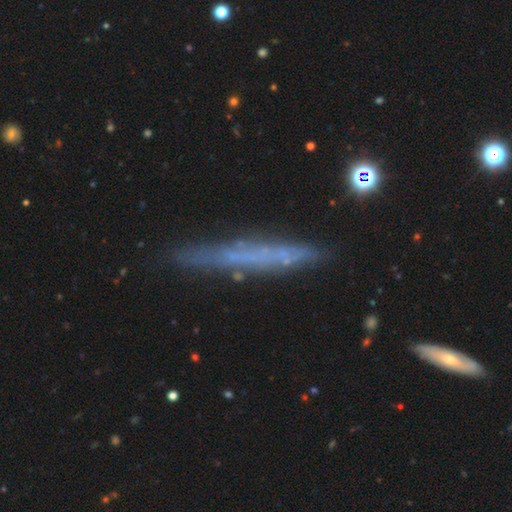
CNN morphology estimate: featured or disk 51%, smooth 38%, star or artifact 10%. Down the decision tree: edge-on disk — yes (89%); merging — none (79%).